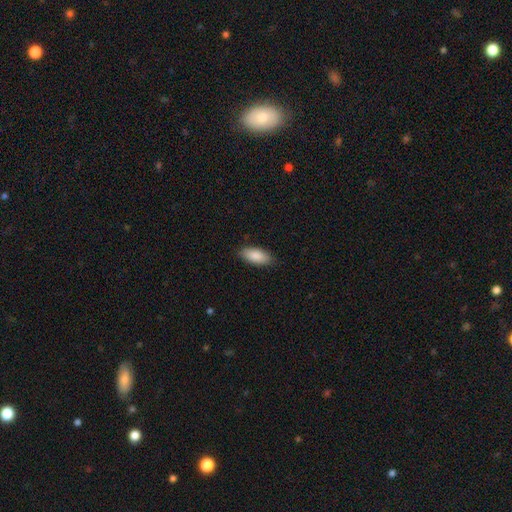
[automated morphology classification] Overall: smooth (88%). How rounded: in between (88%). Merging: none (87%).